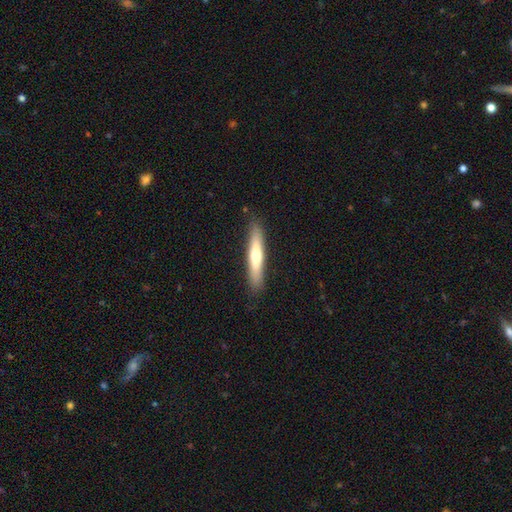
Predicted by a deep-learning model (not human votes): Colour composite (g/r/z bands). It shows a smooth galaxy with no disk features (53%) that is cigar-shaped (88%). Merging: none (88%).